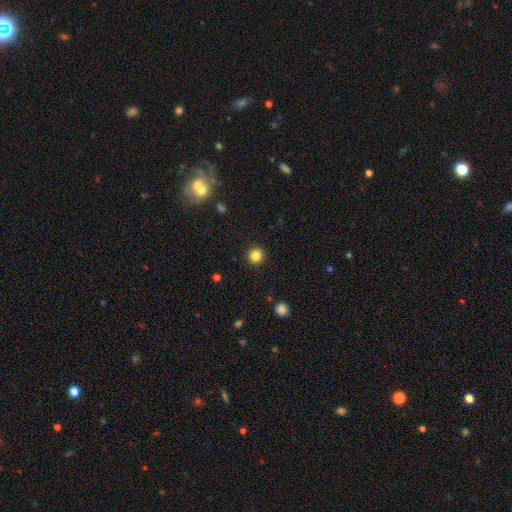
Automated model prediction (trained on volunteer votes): Smooth or featured: smooth — 84% (star or artifact — 12%)
How rounded: round — 94% (in between — 5%)
Merging: none — 93% (minor disturbance — 5%)